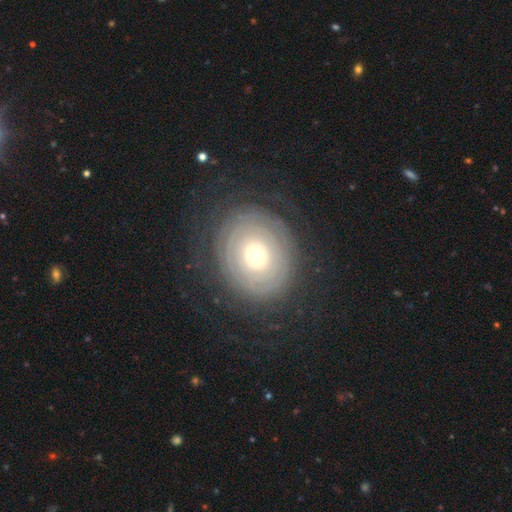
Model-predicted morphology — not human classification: type=featured or disk (68%); edge-on=no (95%); bar=no (88%); spiral arms=yes (68%); bulge=moderate (48%); merging=none (77%).